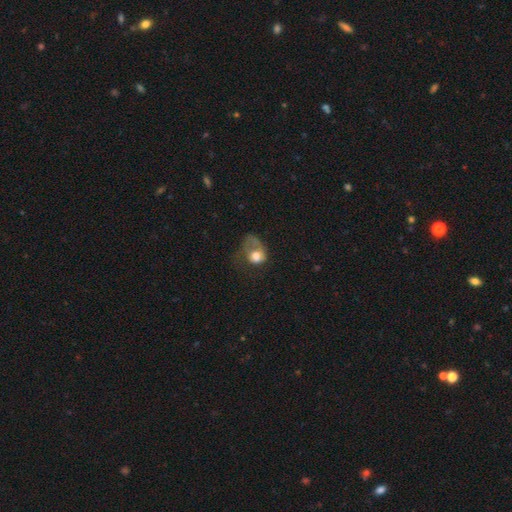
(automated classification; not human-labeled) Smooth or featured: smooth — 63% (featured or disk — 28%)
How rounded: round — 53% (in between — 46%)
Merging: major disturbance — 61% (minor disturbance — 18%)